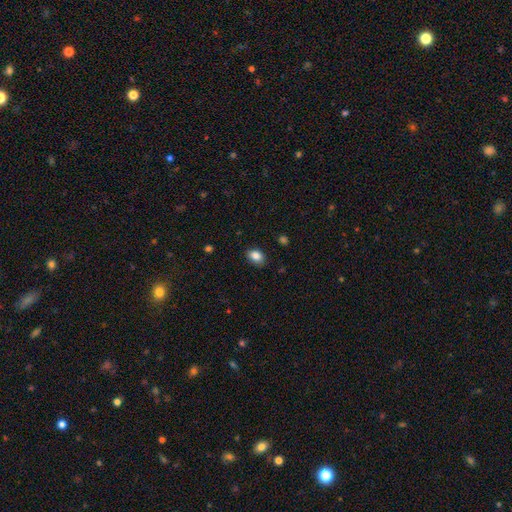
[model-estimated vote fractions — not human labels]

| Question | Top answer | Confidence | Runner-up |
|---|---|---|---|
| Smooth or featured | smooth | 85% | star or artifact (9%) |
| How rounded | in between | 77% | round (22%) |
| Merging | none | 86% | minor disturbance (10%) |